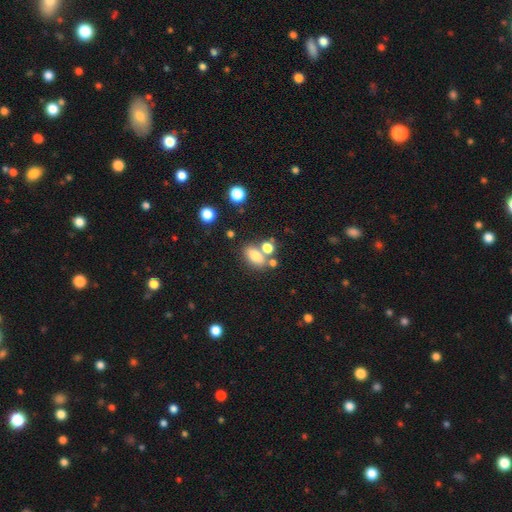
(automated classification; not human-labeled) smooth 77%, star or artifact 12%, featured or disk 10%. Down the decision tree: how rounded — in between (83%); merging — none (55%).